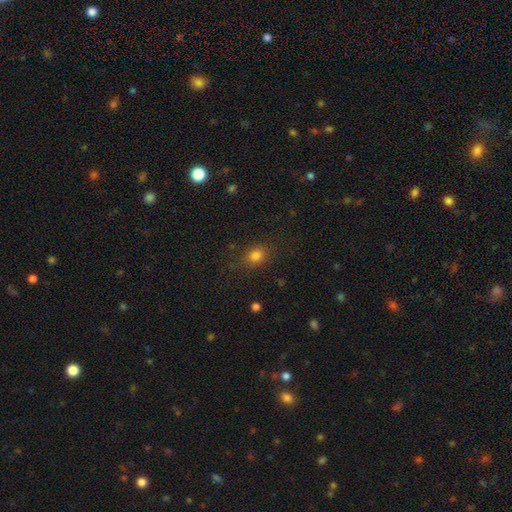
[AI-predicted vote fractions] Smooth or featured: smooth — 80% (star or artifact — 13%)
How rounded: round — 50% (in between — 48%)
Merging: none — 79% (minor disturbance — 14%)